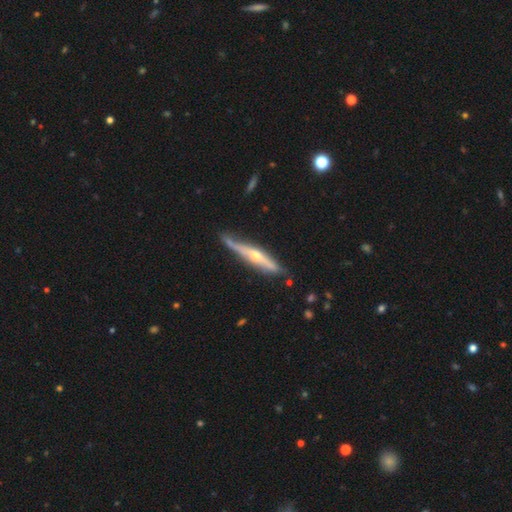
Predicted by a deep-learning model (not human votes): Smooth or featured? featured or disk (70%)
Edge-on disk? yes (91%)
Edge-on bulge? rounded (85%)
Merging? none (63%)